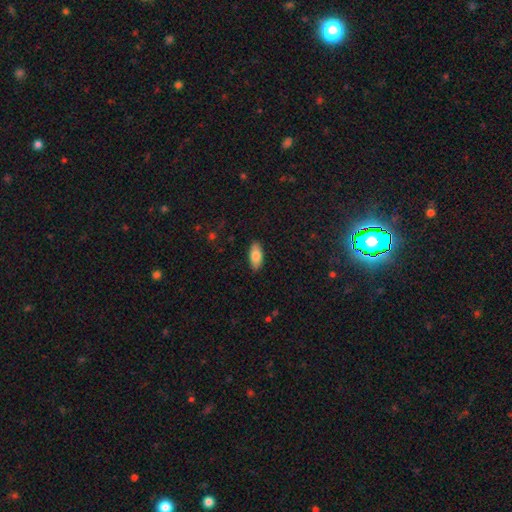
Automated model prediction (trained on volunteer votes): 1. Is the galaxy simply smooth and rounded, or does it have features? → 81% smooth, 13% featured or disk, 6% star or artifact.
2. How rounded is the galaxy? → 87% in between, 11% cigar-shaped, 2% round.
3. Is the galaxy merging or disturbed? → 88% none, 9% minor disturbance, 2% major disturbance, 1% merger.